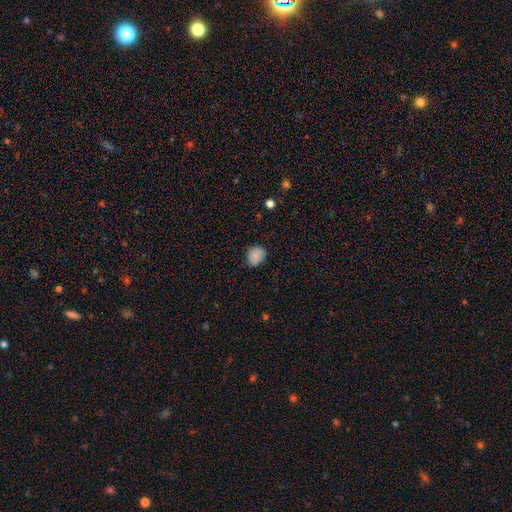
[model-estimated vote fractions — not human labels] Smooth or featured? smooth (84%)
How rounded? round (55%)
Merging? none (75%)